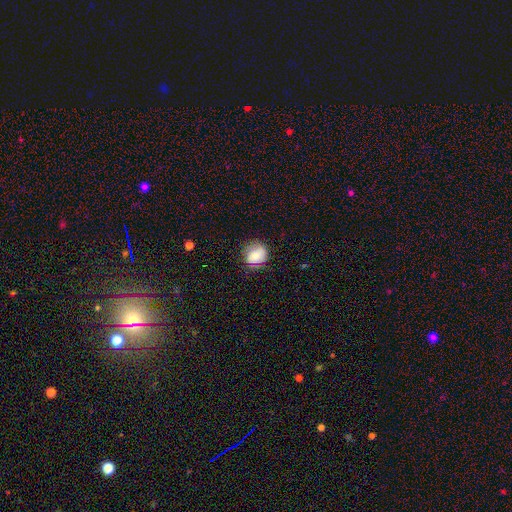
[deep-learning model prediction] A smooth galaxy with no disk features (64%) that is round (75%).

Vote fractions:
- Smooth or featured? smooth: 64% / featured or disk: 27% / star or artifact: 9%
- How rounded? round: 75% / in between: 24% / cigar-shaped: 1%
- Merging? none: 68% / minor disturbance: 23% / major disturbance: 7% / merger: 1%